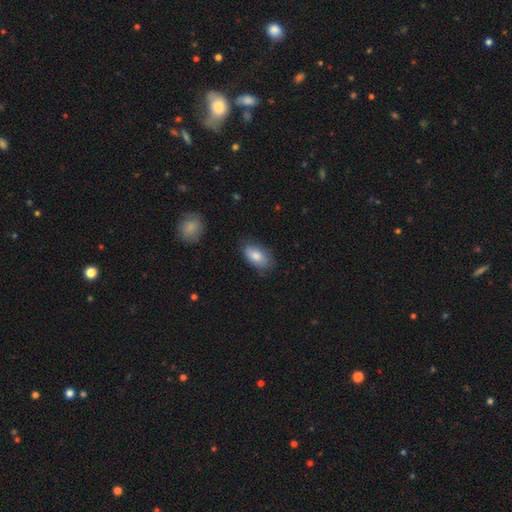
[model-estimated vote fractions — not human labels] This is clearly a smooth galaxy (81%). How rounded: clearly in between (93%). Merging: likely none (72%).